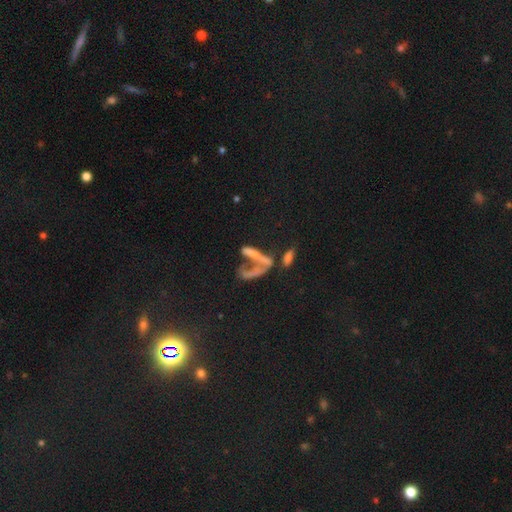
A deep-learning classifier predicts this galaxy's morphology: Overall: featured or disk (48%; smooth 34%). Merging: merger (44%; major disturbance 28%).